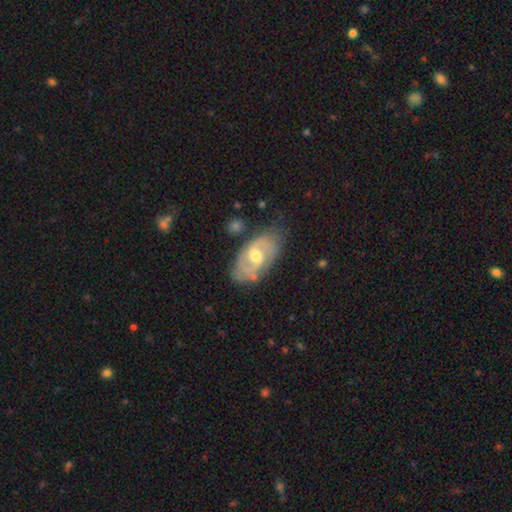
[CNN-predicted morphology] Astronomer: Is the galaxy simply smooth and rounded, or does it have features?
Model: featured or disk — 79%.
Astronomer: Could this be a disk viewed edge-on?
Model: no — 96%.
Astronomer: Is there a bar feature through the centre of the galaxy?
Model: weak — 53% (runner-up: no, 35%).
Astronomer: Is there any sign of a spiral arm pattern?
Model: yes — 89%.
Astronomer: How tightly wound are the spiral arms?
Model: medium — 48% (runner-up: tight, 33%).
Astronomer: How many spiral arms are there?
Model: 2 — 77%.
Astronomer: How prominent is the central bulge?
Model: moderate — 69%.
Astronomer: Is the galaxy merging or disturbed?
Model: none — 67%.